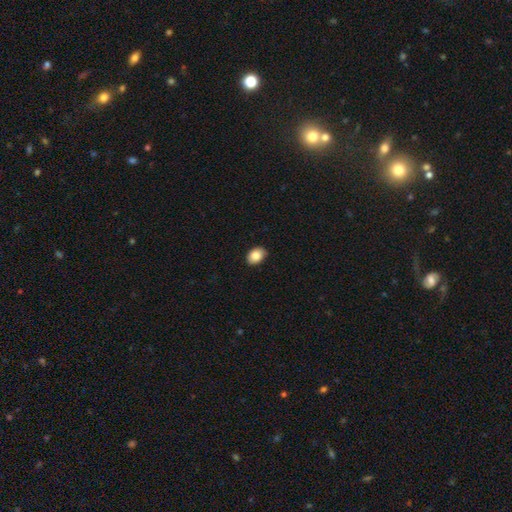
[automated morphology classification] type=smooth (86%); roundness=in between (76%); merging=none (85%).